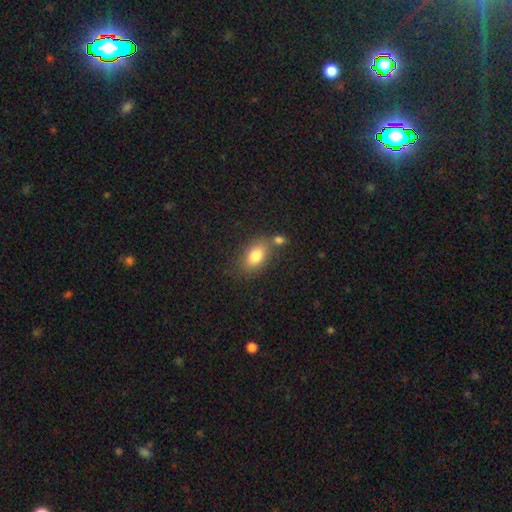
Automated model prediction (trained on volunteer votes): smooth 80%, featured or disk 11%, star or artifact 9%. Down the decision tree: how rounded — in between (84%); merging — none (63%).